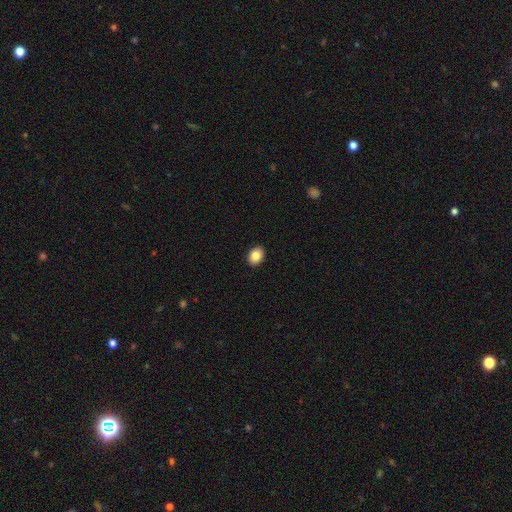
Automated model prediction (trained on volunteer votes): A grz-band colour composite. It shows a smooth galaxy with no disk features (86%) that is in between round and cigar-shaped (67%). Merging: none (91%).